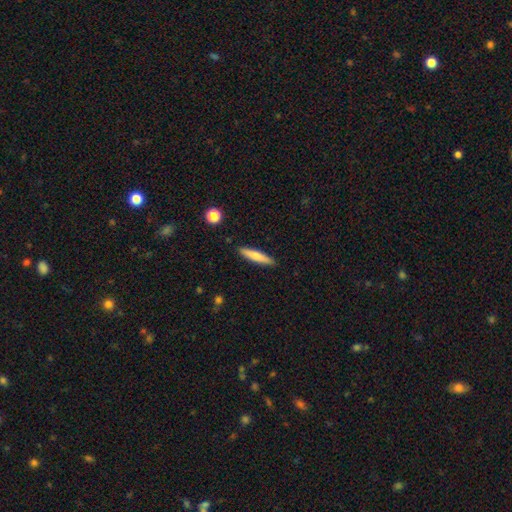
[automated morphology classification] This appears to be a smooth galaxy with no disk features (70%) that is cigar-shaped (88%). Merging: none (90%).